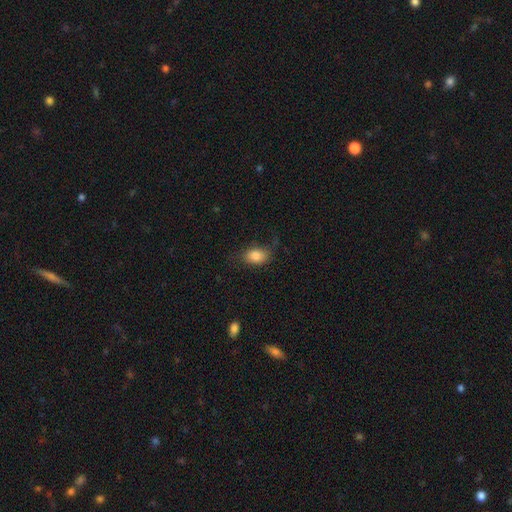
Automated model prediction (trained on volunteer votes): Smooth or featured: smooth — 82% (featured or disk — 9%)
How rounded: in between — 81% (round — 17%)
Merging: none — 65% (minor disturbance — 22%)